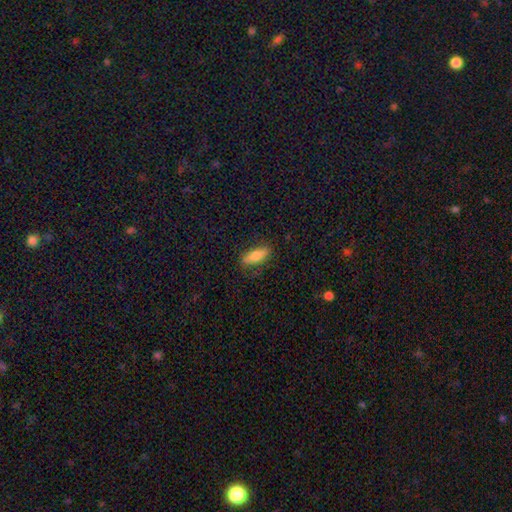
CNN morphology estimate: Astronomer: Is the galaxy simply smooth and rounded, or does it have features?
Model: smooth — 74%.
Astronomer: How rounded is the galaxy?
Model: in between — 61% (runner-up: cigar-shaped, 37%).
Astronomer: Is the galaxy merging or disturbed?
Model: none — 80%.